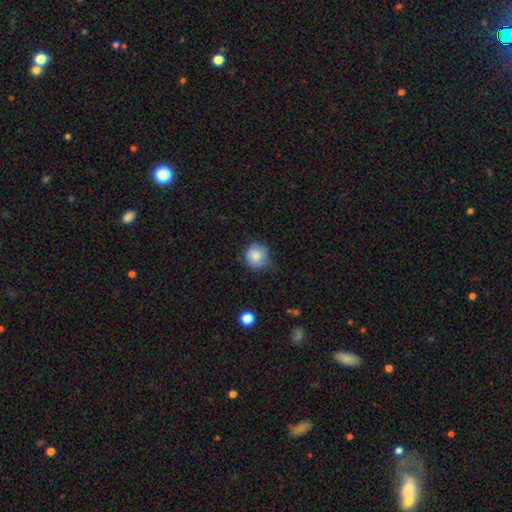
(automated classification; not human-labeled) Overall: smooth (84%). How rounded: round (89%). Merging: none (69%).